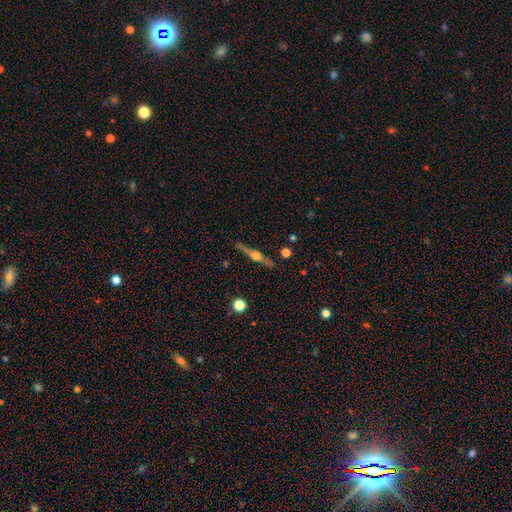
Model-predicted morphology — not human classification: Smooth or featured? featured or disk (78%)
Edge-on disk? yes (98%)
Edge-on bulge? rounded (93%)
Merging? none (88%)